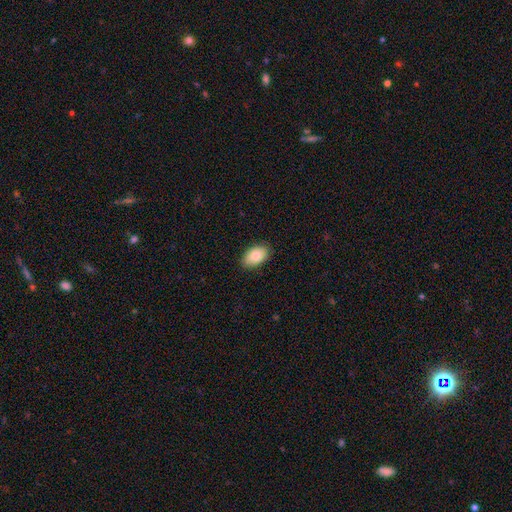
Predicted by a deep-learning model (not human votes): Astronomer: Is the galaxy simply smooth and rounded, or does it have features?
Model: smooth — 87%.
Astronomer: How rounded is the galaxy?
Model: in between — 93%.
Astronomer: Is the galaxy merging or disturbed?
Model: none — 87%.